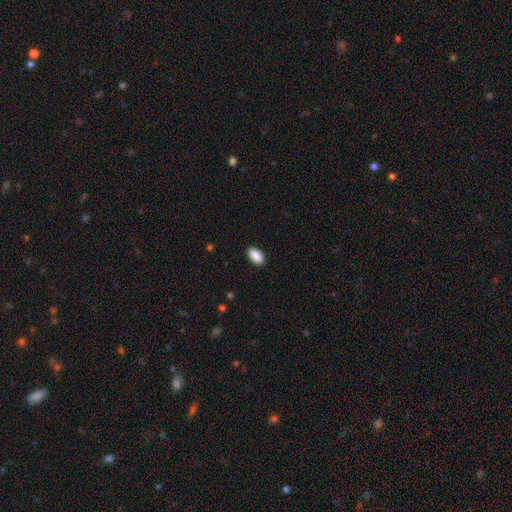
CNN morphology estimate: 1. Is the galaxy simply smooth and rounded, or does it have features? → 91% smooth, 7% star or artifact, 3% featured or disk.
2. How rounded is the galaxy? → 94% in between, 3% round, 2% cigar-shaped.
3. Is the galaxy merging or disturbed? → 89% none, 8% minor disturbance, 2% major disturbance, 1% merger.